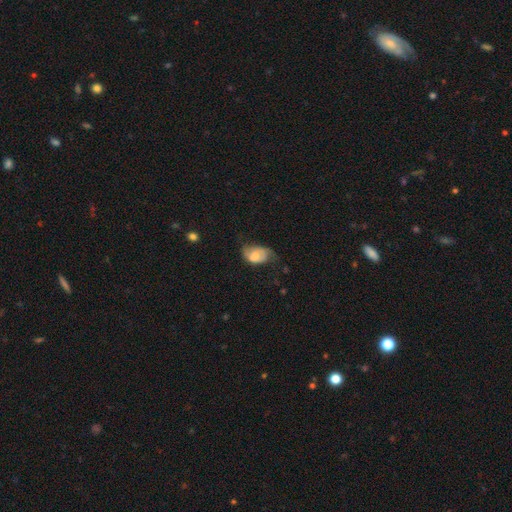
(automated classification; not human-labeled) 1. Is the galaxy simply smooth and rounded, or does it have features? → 63% smooth, 29% featured or disk, 8% star or artifact.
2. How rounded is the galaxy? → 84% in between, 15% round, 1% cigar-shaped.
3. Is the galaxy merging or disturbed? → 38% minor disturbance, 35% none, 24% major disturbance, 3% merger.